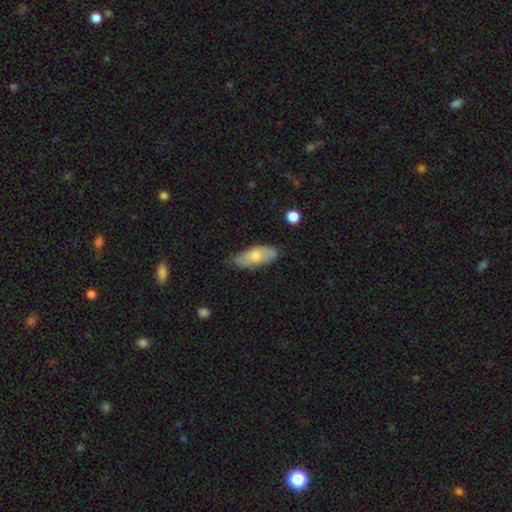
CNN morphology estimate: This is likely a smooth galaxy (71%). How rounded: clearly in between (87%). Merging: possibly none (60%).